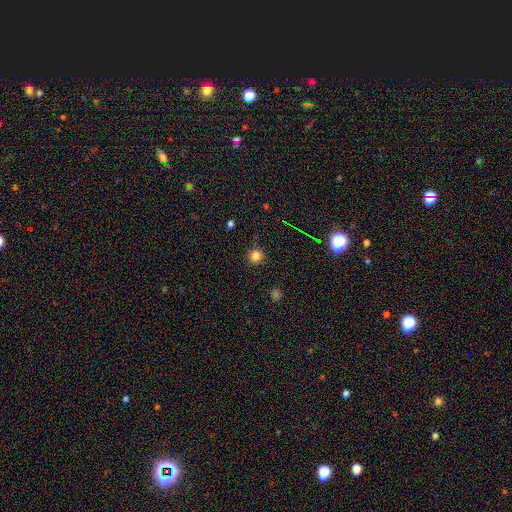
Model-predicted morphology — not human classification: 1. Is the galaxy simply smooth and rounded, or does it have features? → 79% smooth, 16% star or artifact, 5% featured or disk.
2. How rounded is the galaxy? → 95% round, 4% in between, 1% cigar-shaped.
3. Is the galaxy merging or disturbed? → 89% none, 8% minor disturbance, 2% major disturbance, 2% merger.